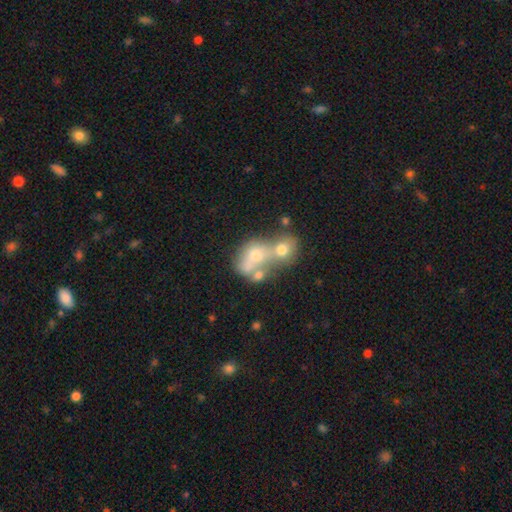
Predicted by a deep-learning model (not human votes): Overall: smooth (54%; featured or disk 33%). How rounded: in between (51%; round 47%). Merging: merger (70%).